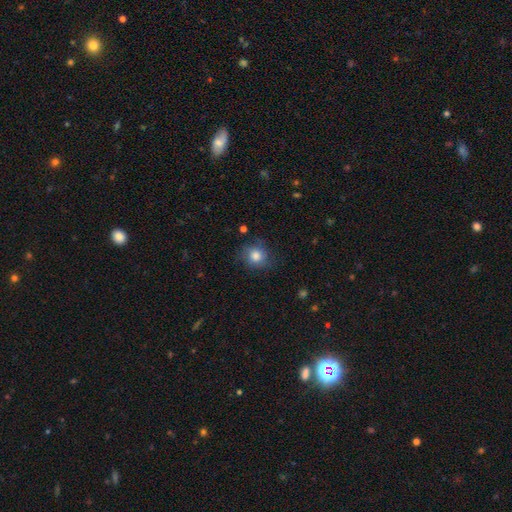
smooth_or_featured: smooth (p=0.80) [alt: star or artifact p=0.12]
how_rounded: round (p=0.91) [alt: in between p=0.09]
merging: none (p=0.77) [alt: minor disturbance p=0.17]